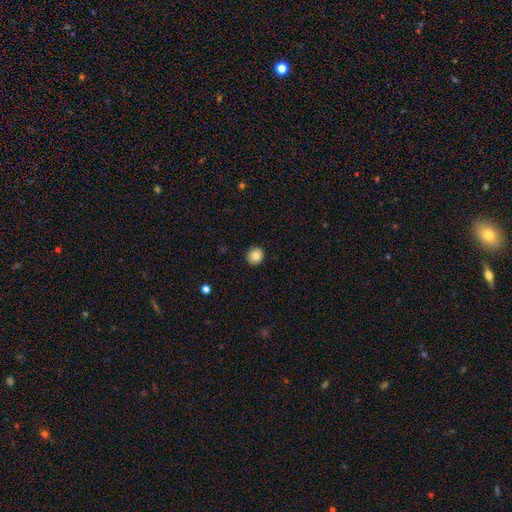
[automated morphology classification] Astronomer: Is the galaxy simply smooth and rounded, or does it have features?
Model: smooth — 83%.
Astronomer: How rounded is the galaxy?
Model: round — 88%.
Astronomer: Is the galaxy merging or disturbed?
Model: none — 91%.